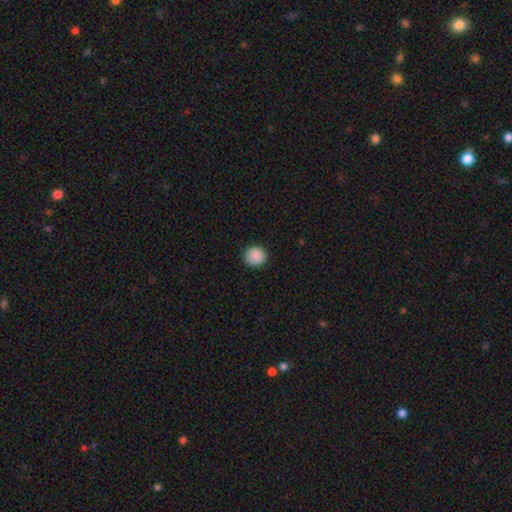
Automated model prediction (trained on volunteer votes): Smooth or featured?
  - smooth: 89% *
  - star or artifact: 8%
  - featured or disk: 3%
How rounded?
  - round: 85% *
  - in between: 14%
  - cigar-shaped: 1%
Merging?
  - none: 88% *
  - minor disturbance: 8%
  - major disturbance: 2%
  - merger: 1%